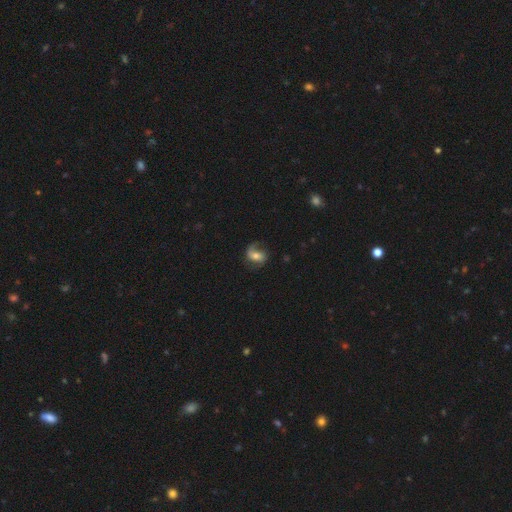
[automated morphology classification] featured or disk 63%, smooth 29%, star or artifact 8%. Down the decision tree: edge-on disk — no (96%); bar — no (38%); spiral arms — yes (90%); spiral arm count — 2 (80%); spiral winding — loose (44%); bulge size — moderate (57%); merging — none (66%).